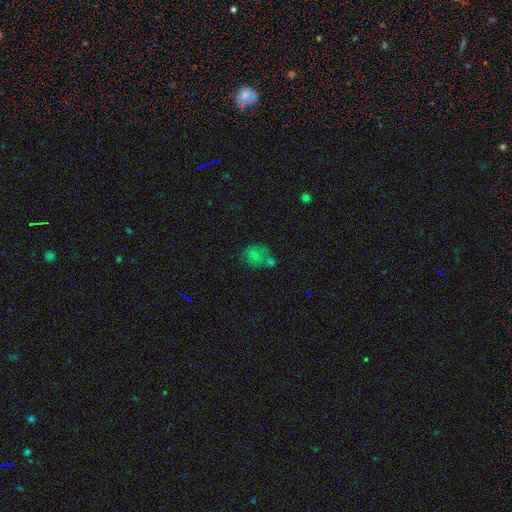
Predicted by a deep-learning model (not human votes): smooth 62%, featured or disk 22%, star or artifact 16%. Down the decision tree: how rounded — round (61%); merging — merger (39%).